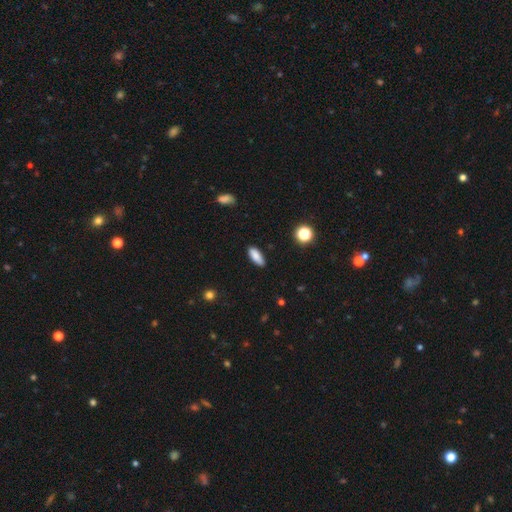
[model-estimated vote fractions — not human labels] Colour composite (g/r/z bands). It shows a smooth galaxy with no disk features (86%) that is in between round and cigar-shaped (73%). Merging: none (85%).